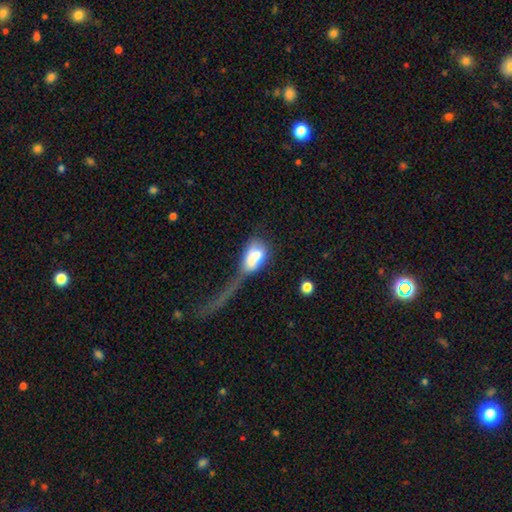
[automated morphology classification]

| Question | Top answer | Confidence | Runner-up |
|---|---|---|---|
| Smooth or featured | smooth | 62% | featured or disk (29%) |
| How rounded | in between | 72% | round (23%) |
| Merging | merger | 42% | major disturbance (33%) |